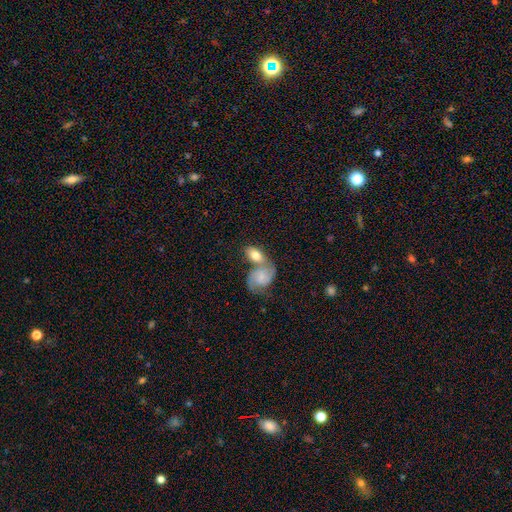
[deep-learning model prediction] A smooth galaxy with no disk features (55%) that is in between round and cigar-shaped (85%). Merging: merger (56%).